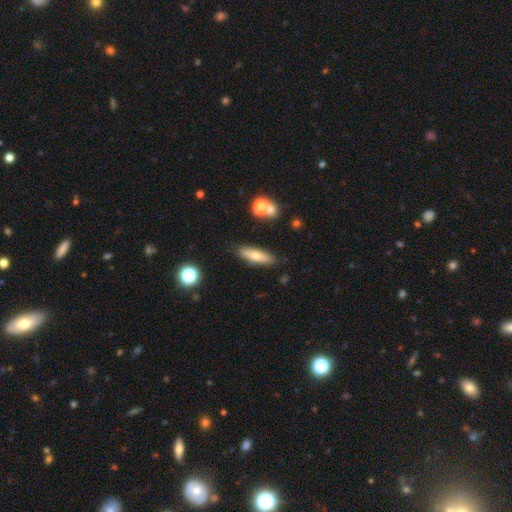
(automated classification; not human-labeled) This is likely a smooth galaxy (61%). How rounded: likely cigar-shaped (63%). Merging: clearly none (84%).